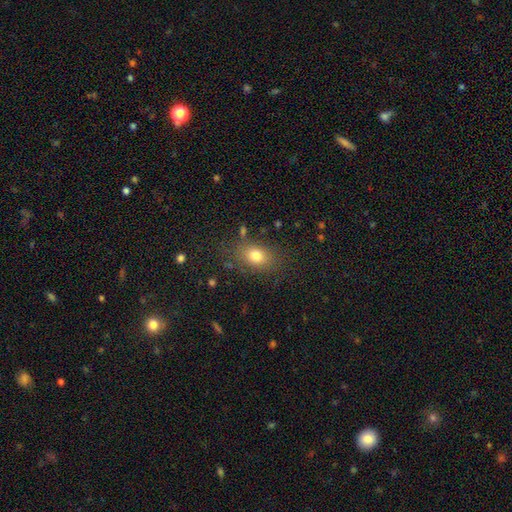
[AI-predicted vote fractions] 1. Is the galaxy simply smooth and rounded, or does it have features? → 78% smooth, 11% featured or disk, 11% star or artifact.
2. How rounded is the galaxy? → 75% in between, 23% round, 2% cigar-shaped.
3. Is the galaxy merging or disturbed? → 78% none, 14% minor disturbance, 5% major disturbance, 3% merger.